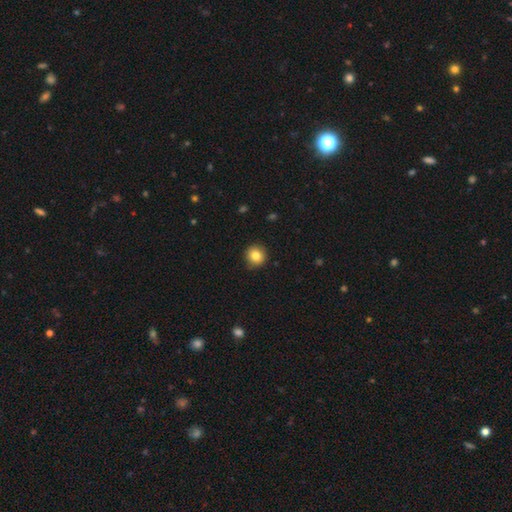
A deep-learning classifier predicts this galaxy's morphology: Smooth or featured? smooth (82%)
How rounded? round (93%)
Merging? none (90%)